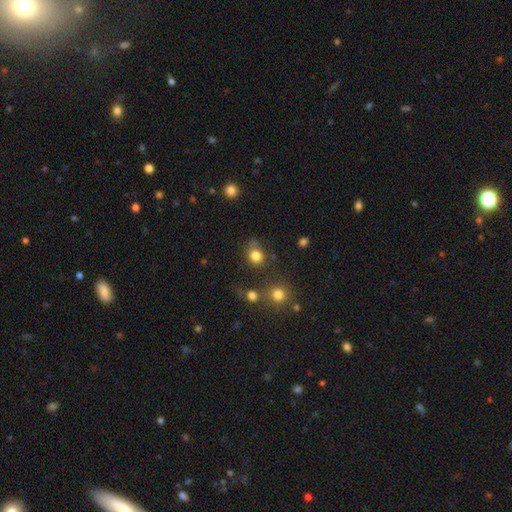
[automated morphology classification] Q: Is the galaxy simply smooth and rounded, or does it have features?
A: smooth — 81%.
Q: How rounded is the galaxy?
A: round — 62%.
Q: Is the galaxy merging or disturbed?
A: none — 61%.